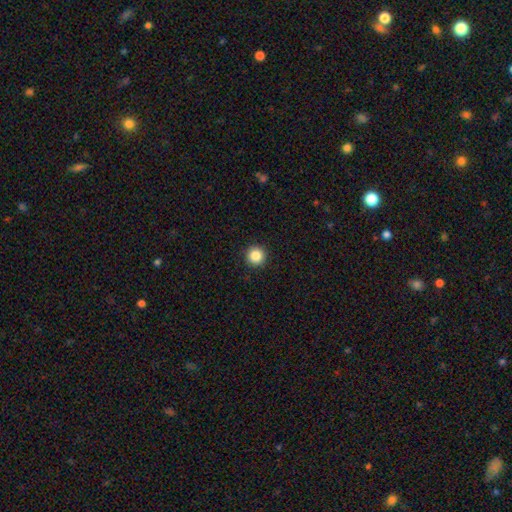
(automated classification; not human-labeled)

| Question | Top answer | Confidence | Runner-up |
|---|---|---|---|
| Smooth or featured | smooth | 86% | star or artifact (10%) |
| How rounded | round | 96% | in between (3%) |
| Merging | none | 93% | minor disturbance (4%) |